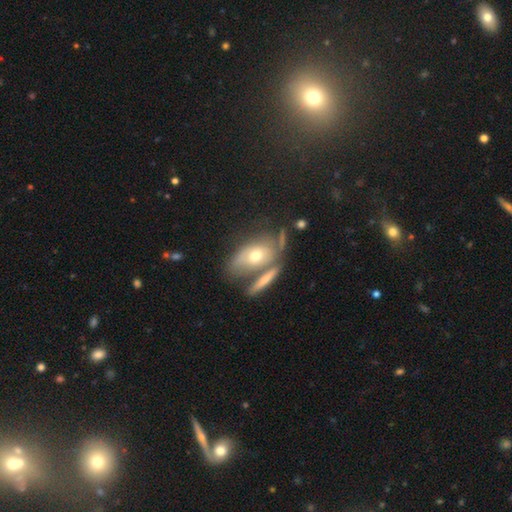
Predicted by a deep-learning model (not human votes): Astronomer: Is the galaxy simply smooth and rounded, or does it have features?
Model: smooth — 47% (runner-up: featured or disk, 45%).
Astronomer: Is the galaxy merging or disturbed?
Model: none — 40% (runner-up: merger, 31%).